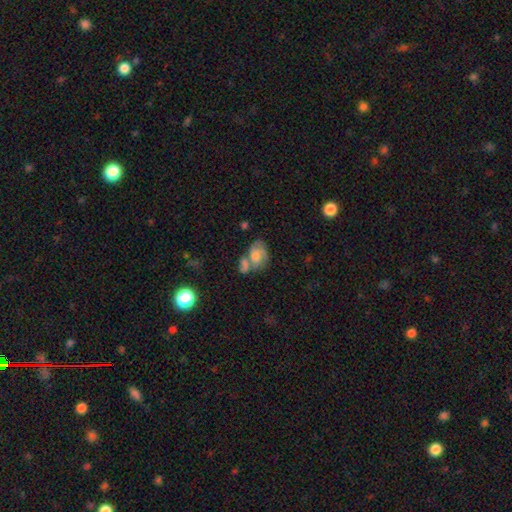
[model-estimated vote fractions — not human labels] Smooth or featured?
  - featured or disk: 48% *
  - smooth: 42%
  - star or artifact: 10%
Merging?
  - merger: 37% *
  - none: 32%
  - minor disturbance: 18%
  - major disturbance: 13%